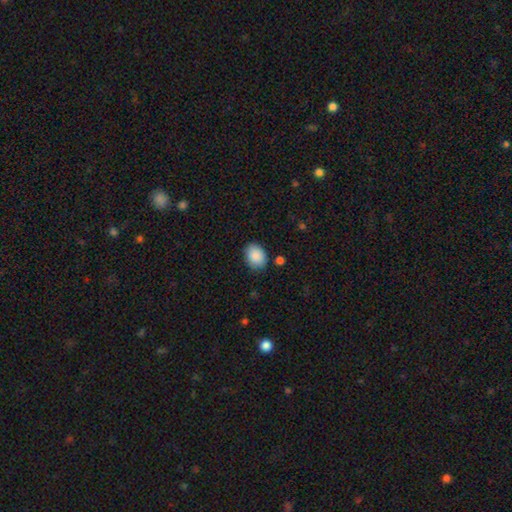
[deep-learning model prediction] Overall: smooth (89%). How rounded: in between (66%; round 33%). Merging: none (80%).